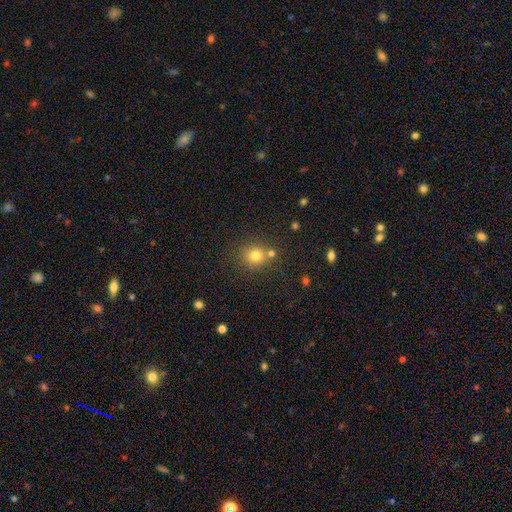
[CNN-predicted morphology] Smooth or featured? Predicted: smooth (p=0.77). How rounded? Predicted: round (p=0.83). Merging? Predicted: none (p=0.68).